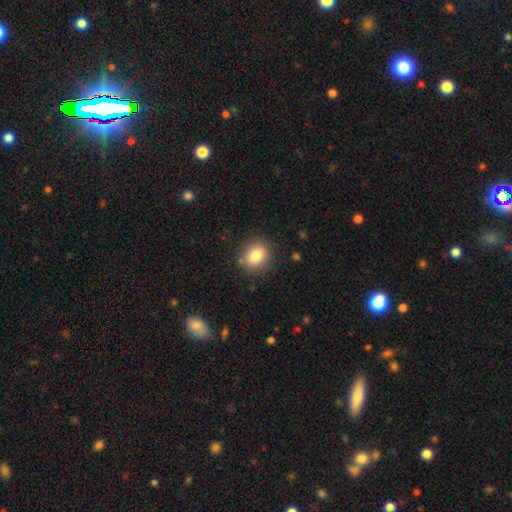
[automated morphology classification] Smooth or featured?
  - smooth: 83% *
  - star or artifact: 9%
  - featured or disk: 8%
How rounded?
  - round: 69% *
  - in between: 30%
  - cigar-shaped: 1%
Merging?
  - none: 85% *
  - minor disturbance: 11%
  - major disturbance: 3%
  - merger: 2%